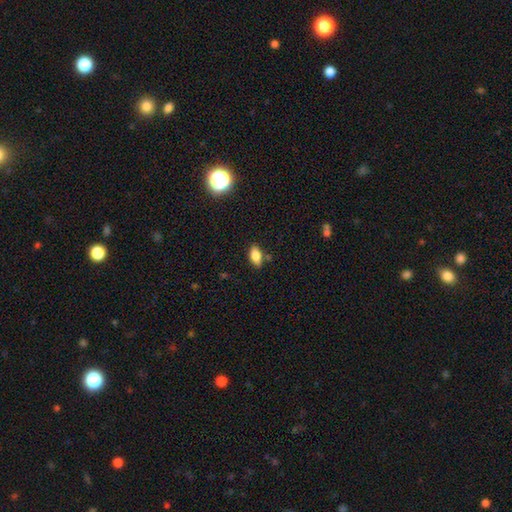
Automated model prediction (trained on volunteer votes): Morphology: type=smooth (83%); roundness=in between (89%); merging=none (81%).